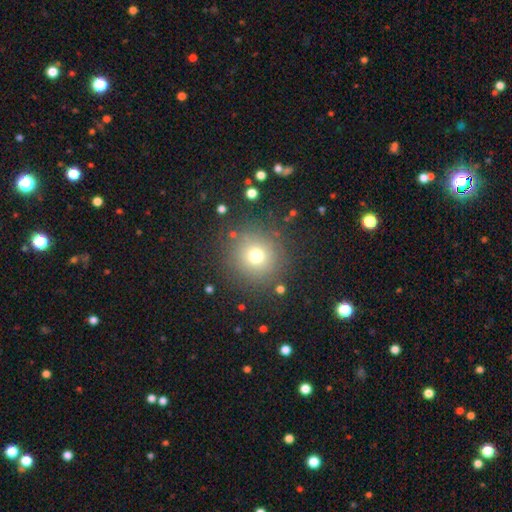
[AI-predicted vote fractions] Morphology: type=smooth (70%); roundness=round (94%); merging=none (85%).